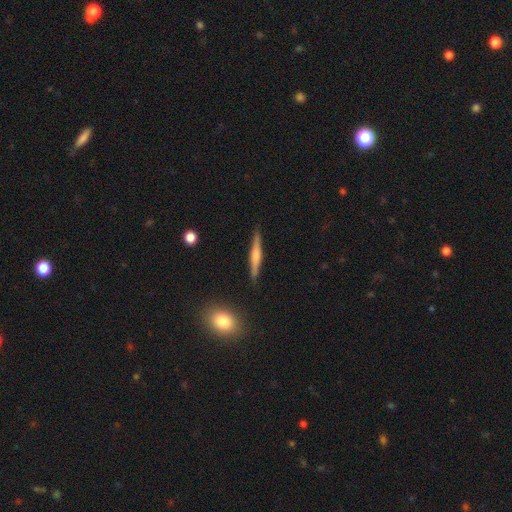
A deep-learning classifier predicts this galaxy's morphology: Smooth or featured?
  - featured or disk: 54% *
  - smooth: 39%
  - star or artifact: 7%
Edge-on disk?
  - yes: 97% *
  - no: 3%
Edge-on bulge?
  - rounded: 59% *
  - boxy: 23%
  - none: 18%
Merging?
  - none: 89% *
  - minor disturbance: 8%
  - major disturbance: 2%
  - merger: 2%